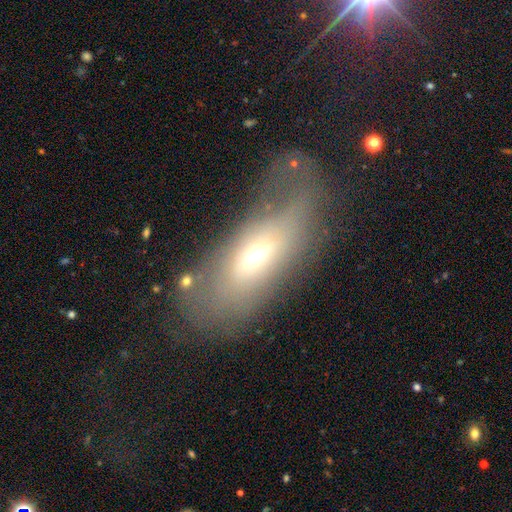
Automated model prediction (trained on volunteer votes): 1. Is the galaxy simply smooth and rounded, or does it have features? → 50% smooth, 37% featured or disk, 12% star or artifact.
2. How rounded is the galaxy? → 79% in between, 15% cigar-shaped, 7% round.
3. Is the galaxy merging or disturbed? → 39% none, 32% major disturbance, 24% minor disturbance, 5% merger.